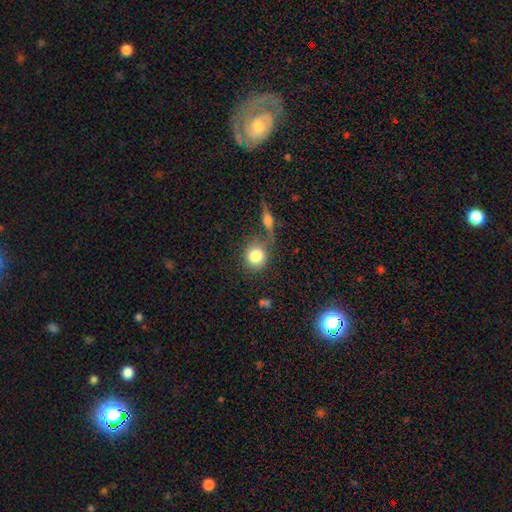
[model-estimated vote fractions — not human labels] Smooth or featured? smooth (82%)
How rounded? round (74%)
Merging? none (56%)